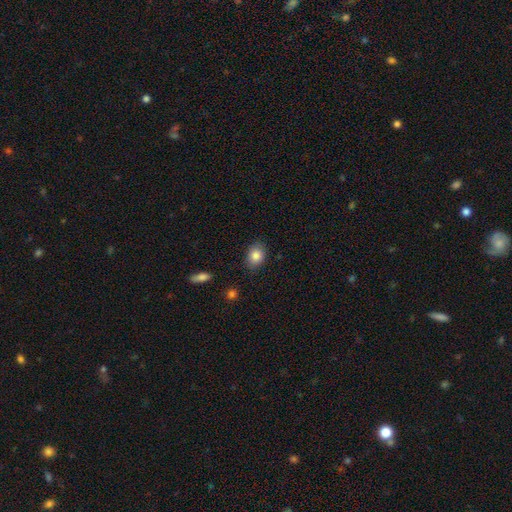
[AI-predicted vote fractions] A smooth galaxy with no disk features (85%) that is in between round and cigar-shaped (65%).

Vote fractions:
- Smooth or featured? smooth: 85% / star or artifact: 8% / featured or disk: 7%
- How rounded? in between: 65% / round: 33% / cigar-shaped: 1%
- Merging? none: 83% / minor disturbance: 13% / major disturbance: 3% / merger: 1%